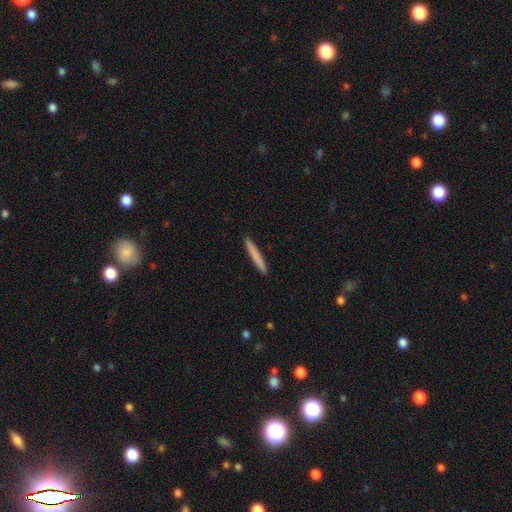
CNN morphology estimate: This is likely a smooth galaxy (79%). How rounded: clearly cigar-shaped (97%). Merging: clearly none (93%).